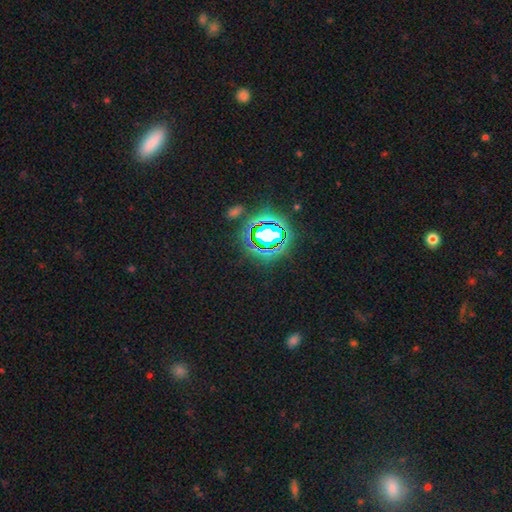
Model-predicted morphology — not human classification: Smooth or featured: star or artifact — 77% (smooth — 16%)